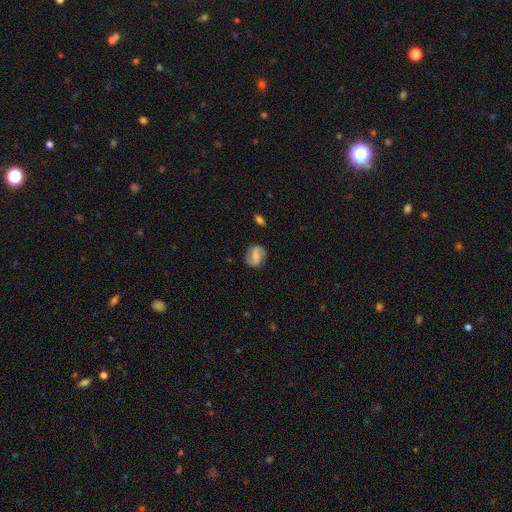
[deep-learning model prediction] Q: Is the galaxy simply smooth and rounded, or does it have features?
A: featured or disk — 72%.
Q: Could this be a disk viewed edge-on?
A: no — 98%.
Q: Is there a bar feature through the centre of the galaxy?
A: weak — 45%.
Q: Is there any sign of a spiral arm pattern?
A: yes — 93%.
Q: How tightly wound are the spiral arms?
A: medium — 45%.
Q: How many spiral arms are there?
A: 2 — 91%.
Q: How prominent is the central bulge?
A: small — 40%.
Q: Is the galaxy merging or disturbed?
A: none — 83%.